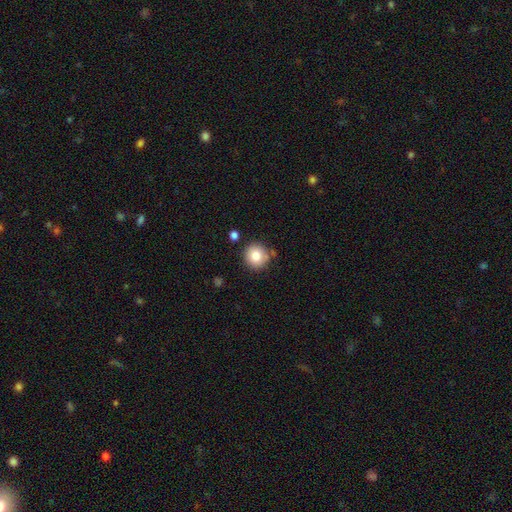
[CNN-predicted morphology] This is clearly a smooth galaxy (81%). How rounded: clearly round (93%). Merging: likely none (79%).